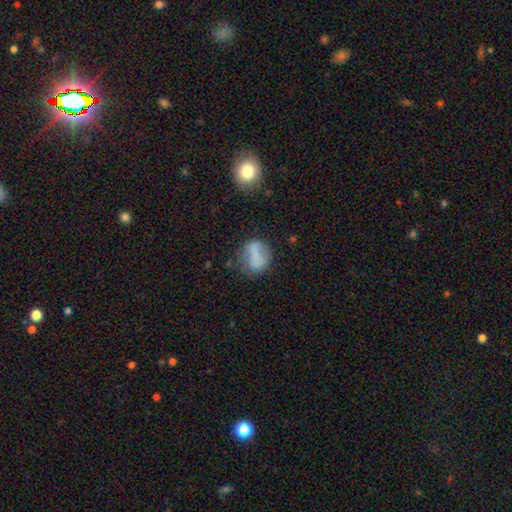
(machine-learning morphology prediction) Q: Smooth or featured?
A: smooth (69%); runner-up: featured or disk (21%)
Q: How rounded?
A: round (54%); runner-up: in between (43%)
Q: Merging?
A: none (52%); runner-up: minor disturbance (27%)